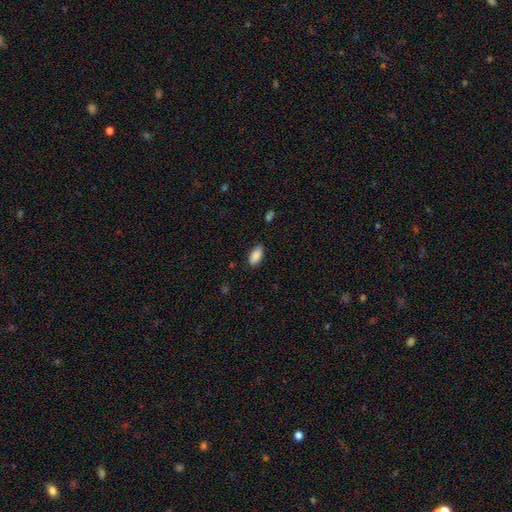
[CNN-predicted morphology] Overall: smooth (89%). How rounded: in between (91%). Merging: none (82%).